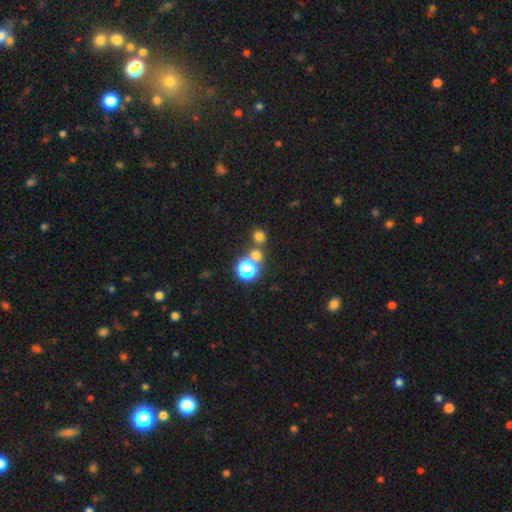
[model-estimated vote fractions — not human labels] Morphology: type=smooth (65%); roundness=round (84%); merging=none (62%).